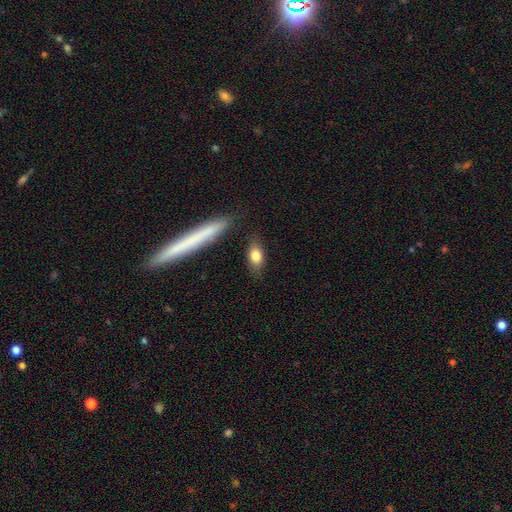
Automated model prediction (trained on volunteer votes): Smooth or featured?
  - smooth: 80% *
  - featured or disk: 13%
  - star or artifact: 7%
How rounded?
  - in between: 80% *
  - cigar-shaped: 12%
  - round: 8%
Merging?
  - none: 81% *
  - minor disturbance: 13%
  - merger: 3%
  - major disturbance: 3%